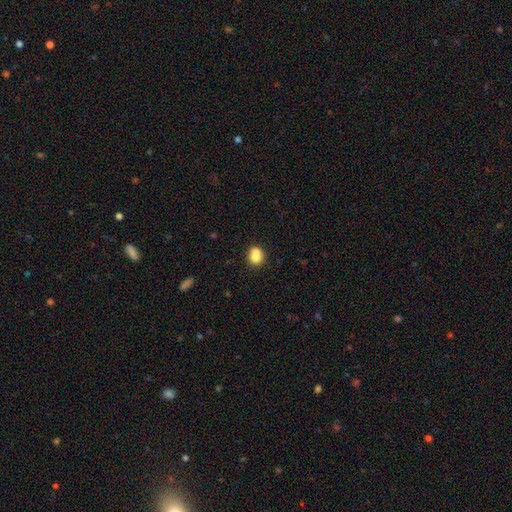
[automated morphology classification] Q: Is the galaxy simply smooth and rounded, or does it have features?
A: smooth — 76%.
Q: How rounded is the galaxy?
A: round — 68%.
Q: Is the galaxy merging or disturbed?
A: merger — 43%.